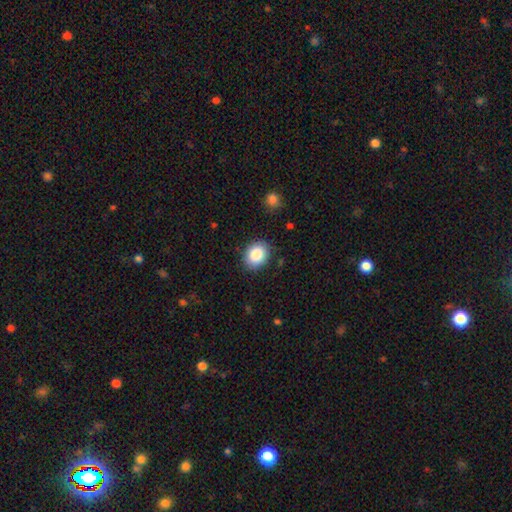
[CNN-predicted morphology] Smooth or featured: smooth — 86% (star or artifact — 8%)
How rounded: in between — 53% (round — 47%)
Merging: none — 86% (minor disturbance — 10%)